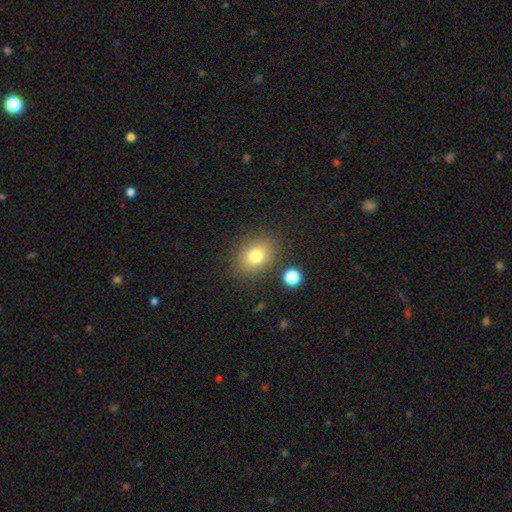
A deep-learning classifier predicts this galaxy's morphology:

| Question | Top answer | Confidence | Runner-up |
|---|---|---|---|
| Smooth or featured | smooth | 79% | star or artifact (11%) |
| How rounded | in between | 57% | round (42%) |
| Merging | none | 83% | minor disturbance (10%) |